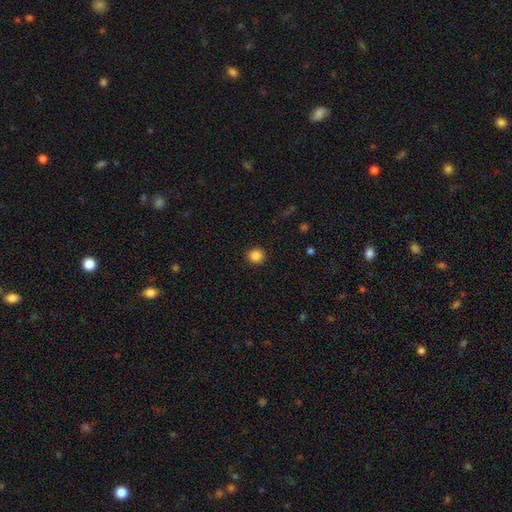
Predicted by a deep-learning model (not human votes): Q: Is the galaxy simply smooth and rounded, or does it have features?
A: smooth — 86%.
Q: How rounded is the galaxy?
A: round — 91%.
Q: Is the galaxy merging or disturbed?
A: none — 92%.